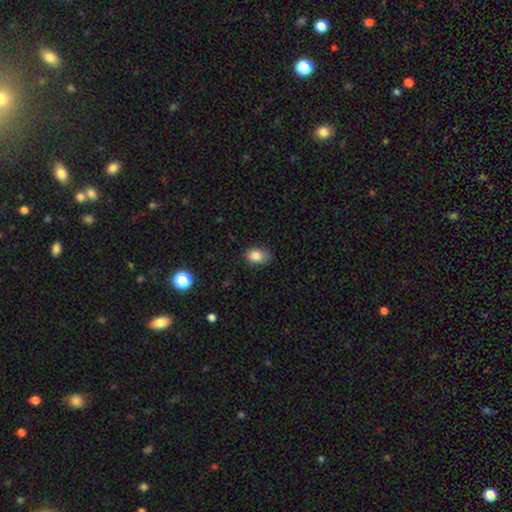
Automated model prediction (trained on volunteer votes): This appears to be a smooth galaxy with no disk features (84%) that is in between round and cigar-shaped (78%). Merging: none (71%).